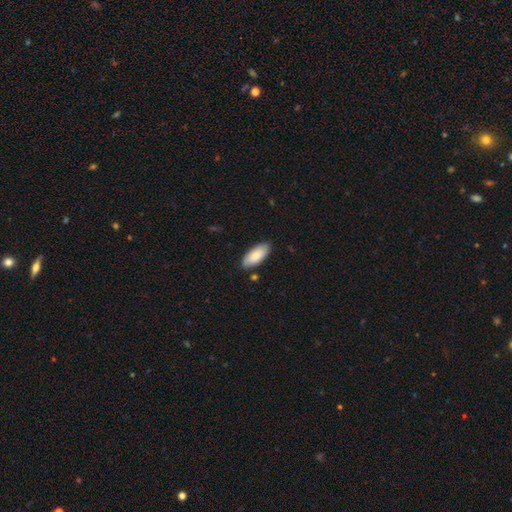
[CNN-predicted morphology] Overall: smooth (84%). How rounded: in between (87%). Merging: none (83%).